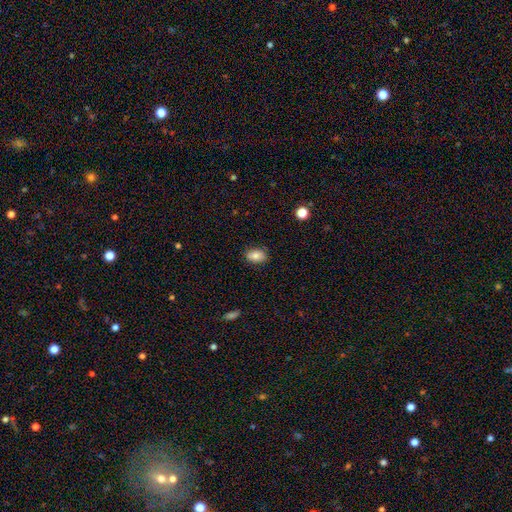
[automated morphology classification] This is clearly a smooth galaxy (82%). How rounded: clearly in between (86%). Merging: clearly none (85%).